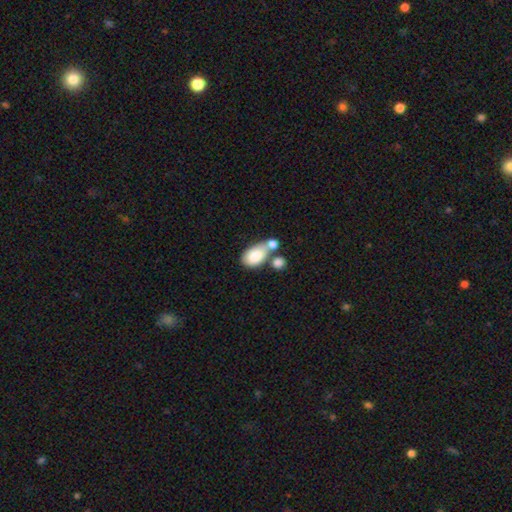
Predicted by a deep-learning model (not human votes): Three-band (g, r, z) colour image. It shows a smooth galaxy with no disk features (81%) that is in between round and cigar-shaped (91%). Merging: merger (46%).